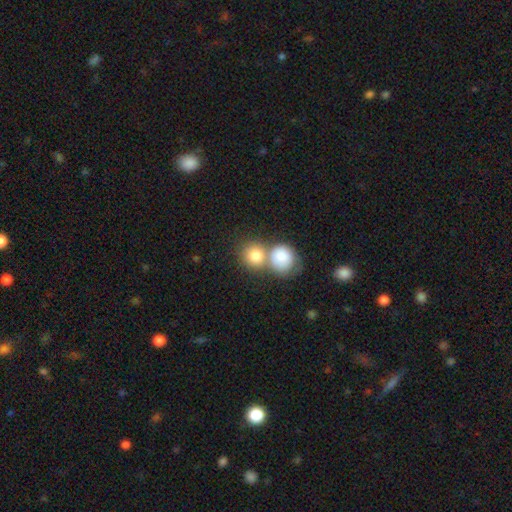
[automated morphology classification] Smooth or featured: smooth — 81% (featured or disk — 11%)
How rounded: round — 82% (in between — 17%)
Merging: merger — 55% (none — 35%)